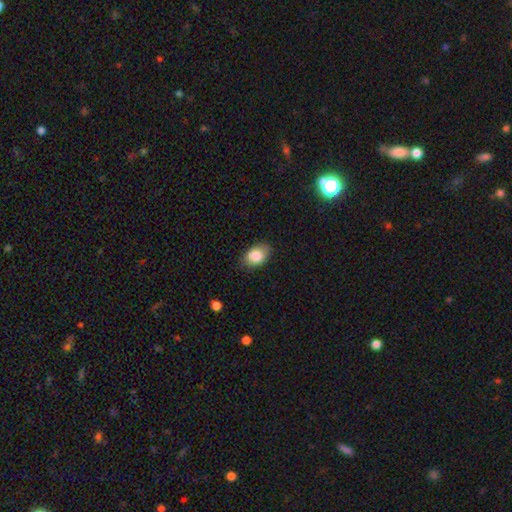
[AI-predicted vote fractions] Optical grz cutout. It shows a smooth galaxy with no disk features (85%) that is in between round and cigar-shaped (82%). Merging: none (80%).